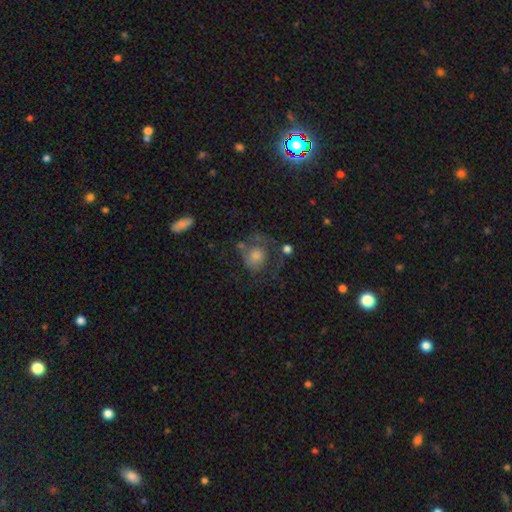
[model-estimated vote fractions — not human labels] smooth_or_featured: smooth (p=0.43) [alt: featured or disk p=0.42]
merging: none (p=0.47) [alt: major disturbance p=0.27]